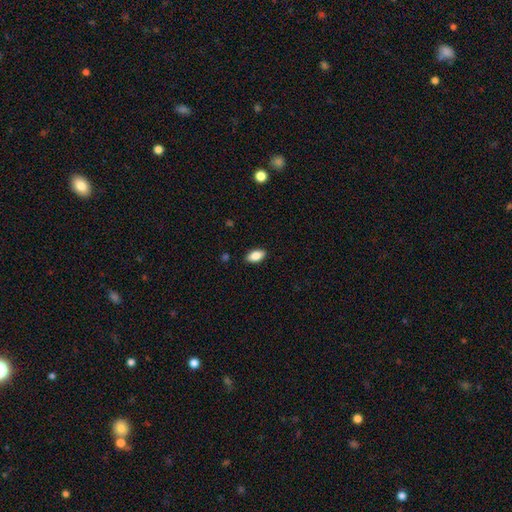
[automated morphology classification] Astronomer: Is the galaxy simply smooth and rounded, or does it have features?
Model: smooth — 85%.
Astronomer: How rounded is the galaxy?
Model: in between — 92%.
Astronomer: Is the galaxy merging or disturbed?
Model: none — 88%.